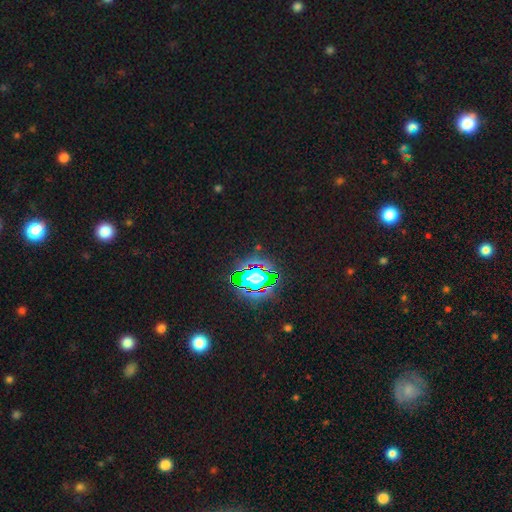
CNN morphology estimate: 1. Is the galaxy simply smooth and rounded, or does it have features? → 81% star or artifact, 12% smooth, 7% featured or disk.